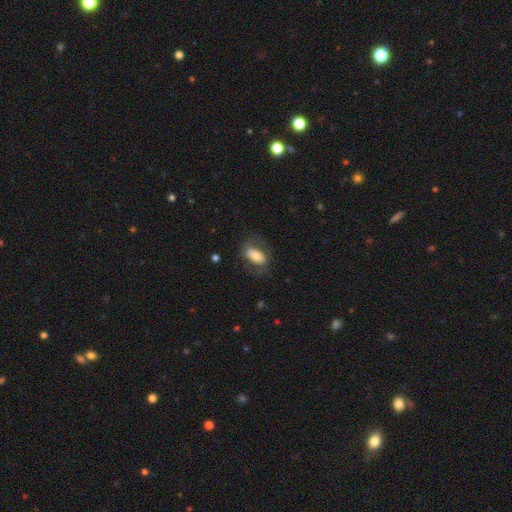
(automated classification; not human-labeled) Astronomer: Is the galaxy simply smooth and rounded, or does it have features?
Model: smooth — 64%.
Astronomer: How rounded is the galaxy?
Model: in between — 90%.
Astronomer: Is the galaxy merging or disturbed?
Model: none — 68%.